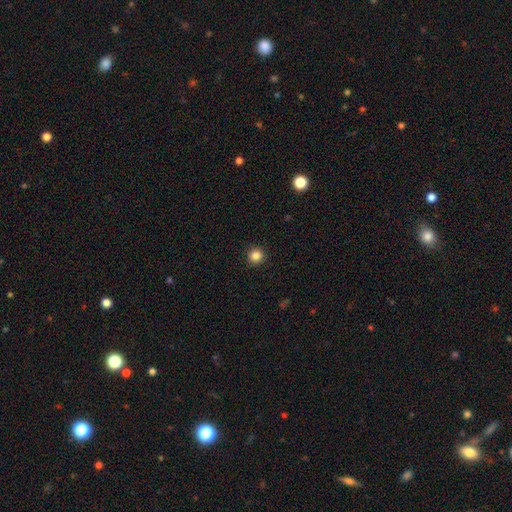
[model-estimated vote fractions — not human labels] Overall: smooth (85%). How rounded: round (94%). Merging: none (92%).